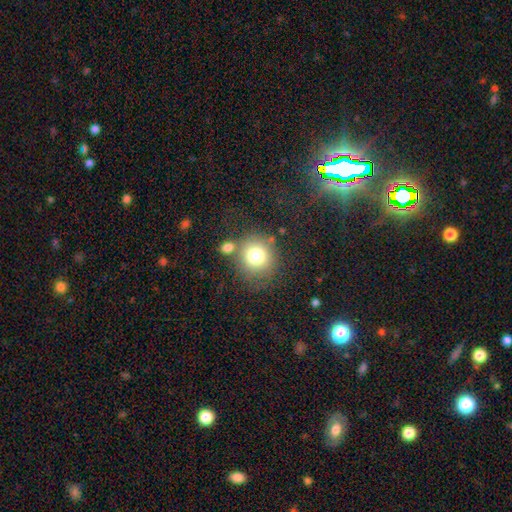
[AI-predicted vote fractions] A smooth galaxy with no disk features (76%) that is round (86%). Merging: none (65%).